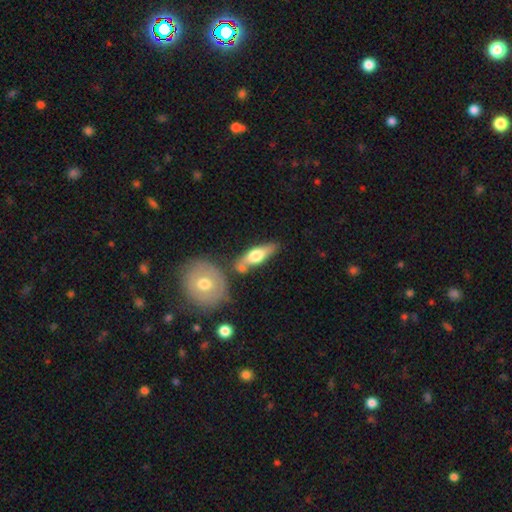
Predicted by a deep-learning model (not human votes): smooth 52%, featured or disk 42%, star or artifact 5%. Down the decision tree: how rounded — in between (56%); merging — none (61%).